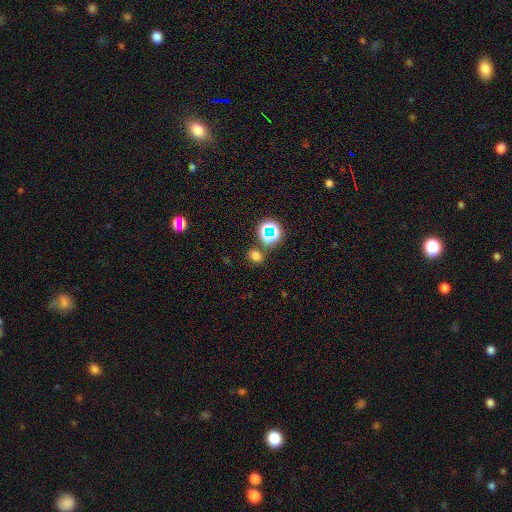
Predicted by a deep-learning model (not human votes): smooth 68%, star or artifact 26%, featured or disk 6%. Down the decision tree: how rounded — round (60%); merging — none (77%).